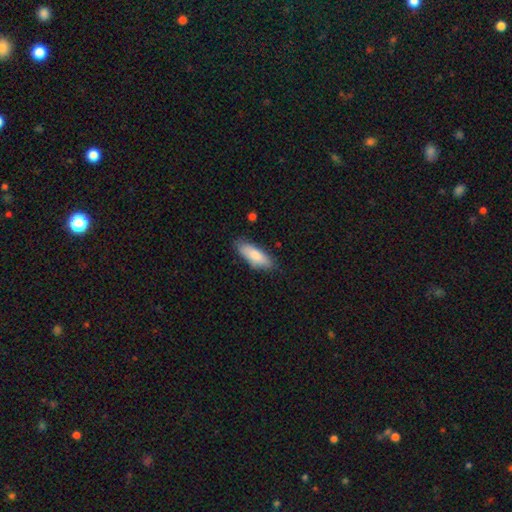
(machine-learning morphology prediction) Q: Smooth or featured?
A: smooth (83%); runner-up: featured or disk (12%)
Q: How rounded?
A: in between (65%); runner-up: cigar-shaped (34%)
Q: Merging?
A: none (79%); runner-up: minor disturbance (16%)